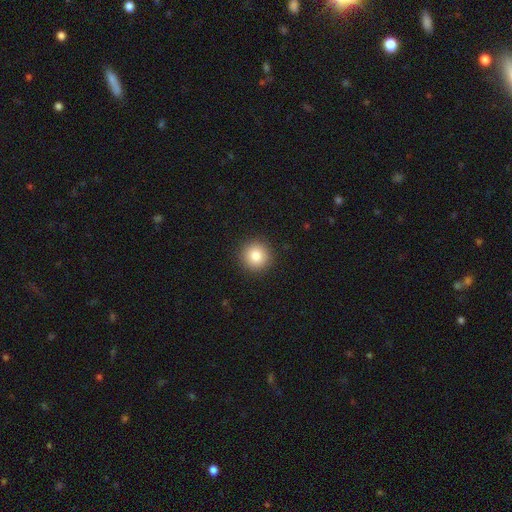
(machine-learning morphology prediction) Overall: smooth (84%). How rounded: round (95%). Merging: none (92%).